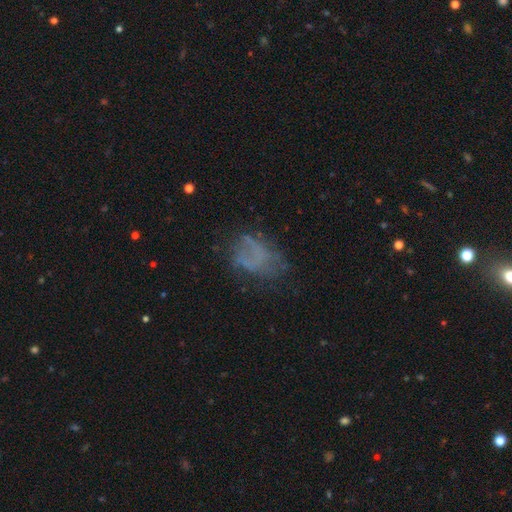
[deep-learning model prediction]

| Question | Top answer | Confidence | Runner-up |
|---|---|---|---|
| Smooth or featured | featured or disk | 42% | smooth (37%) |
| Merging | none | 49% | major disturbance (26%) |